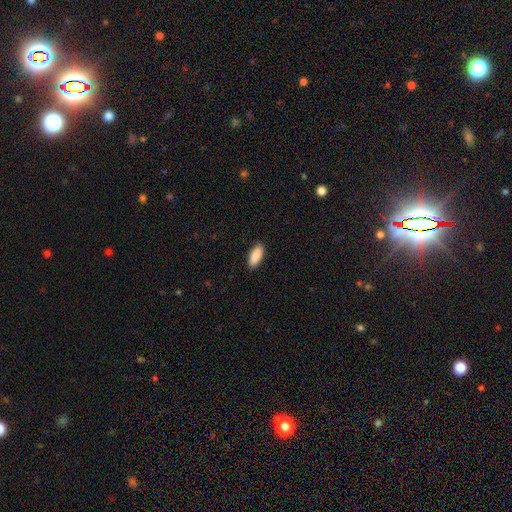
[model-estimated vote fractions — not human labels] Smooth or featured? smooth (91%)
How rounded? in between (85%)
Merging? none (87%)